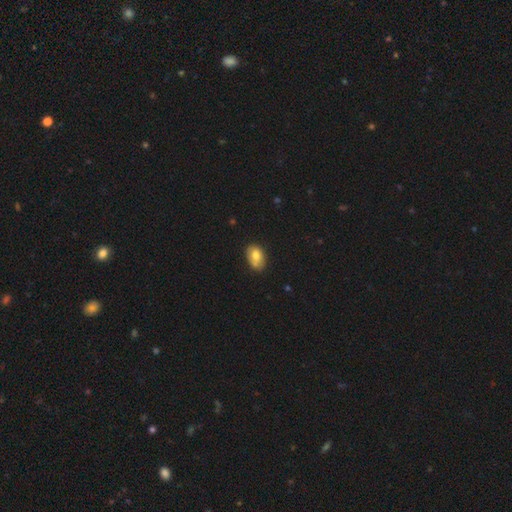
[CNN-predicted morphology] type=smooth (76%); roundness=in between (84%); merging=none (54%).